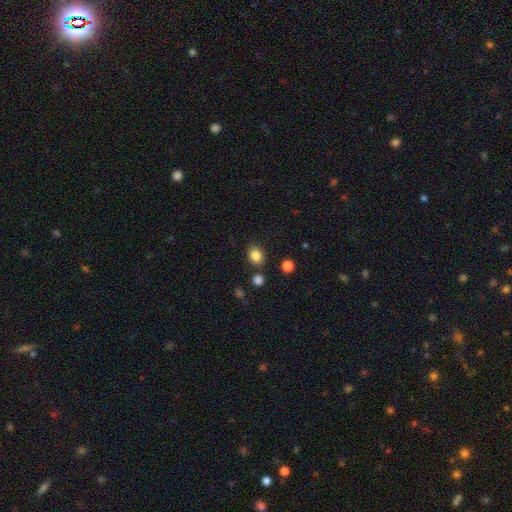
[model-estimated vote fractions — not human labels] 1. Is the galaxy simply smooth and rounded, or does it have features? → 84% smooth, 11% star or artifact, 5% featured or disk.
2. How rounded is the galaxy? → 55% round, 44% in between, 1% cigar-shaped.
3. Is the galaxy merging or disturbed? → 82% none, 10% minor disturbance, 5% merger, 3% major disturbance.